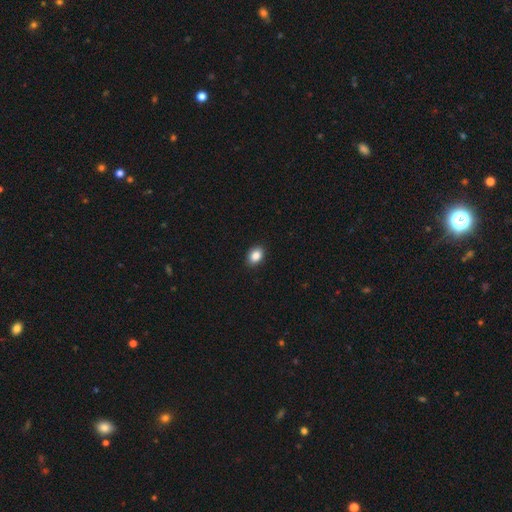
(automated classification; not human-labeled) This appears to be a smooth galaxy with no disk features (87%) that is in between round and cigar-shaped (71%). Merging: none (90%).